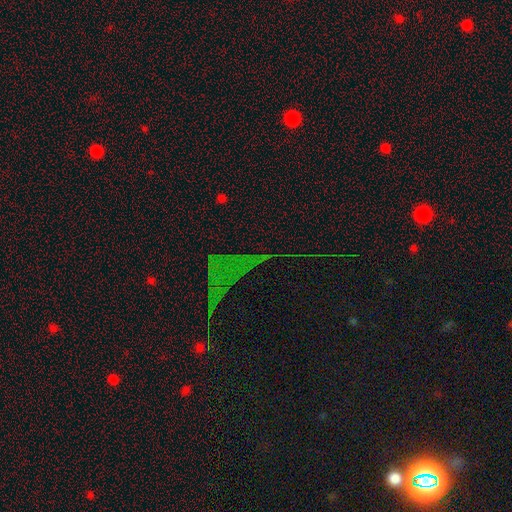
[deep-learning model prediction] Smooth or featured: star or artifact — 74% (smooth — 15%)